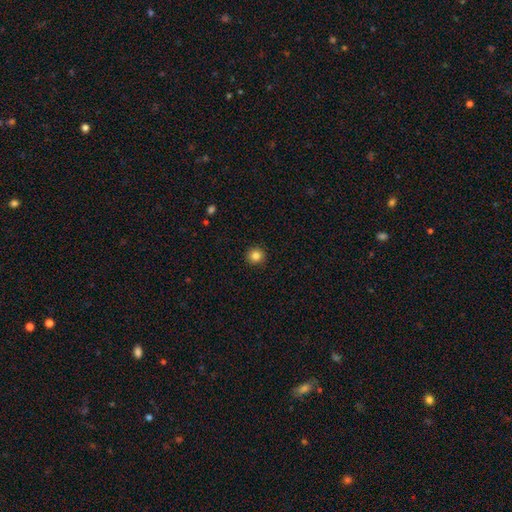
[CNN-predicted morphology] A smooth galaxy with no disk features (84%) that is round (94%). Merging: none (92%).